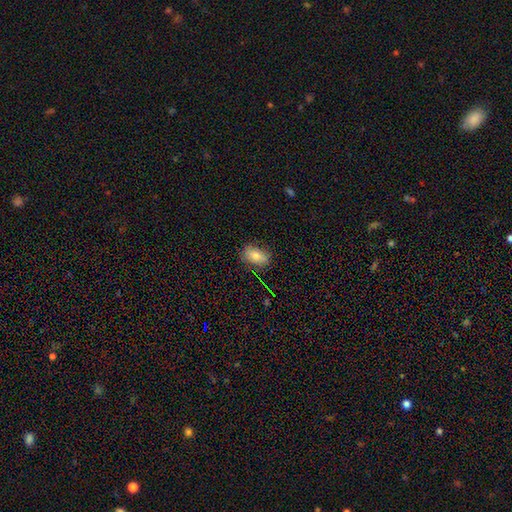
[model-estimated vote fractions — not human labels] Smooth or featured? smooth (78%)
How rounded? in between (86%)
Merging? none (80%)